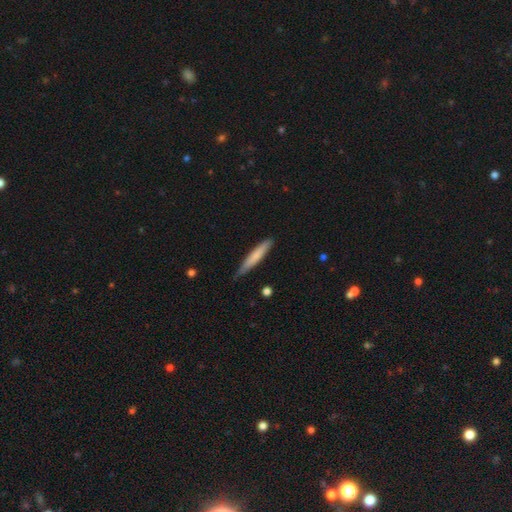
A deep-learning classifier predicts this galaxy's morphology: smooth-or-featured: smooth: 73% | featured or disk: 22% | star or artifact: 5%
  how-rounded: cigar-shaped: 94% | in between: 5% | round: 1%
  merging: none: 74% | minor disturbance: 22% | major disturbance: 3% | merger: 2%